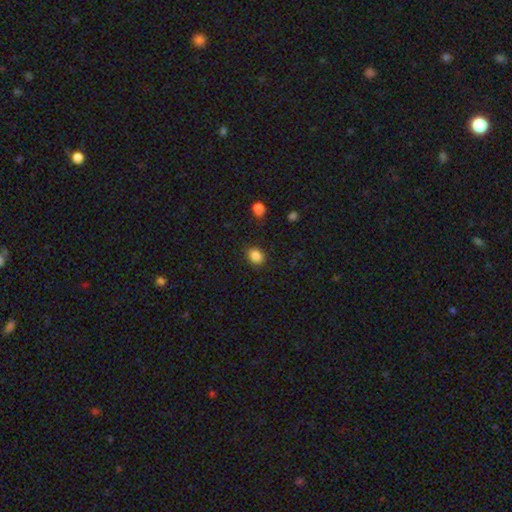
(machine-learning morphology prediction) Smooth or featured?
  - smooth: 86% *
  - star or artifact: 10%
  - featured or disk: 4%
How rounded?
  - round: 53% *
  - in between: 46%
  - cigar-shaped: 1%
Merging?
  - none: 86% *
  - minor disturbance: 10%
  - major disturbance: 3%
  - merger: 1%